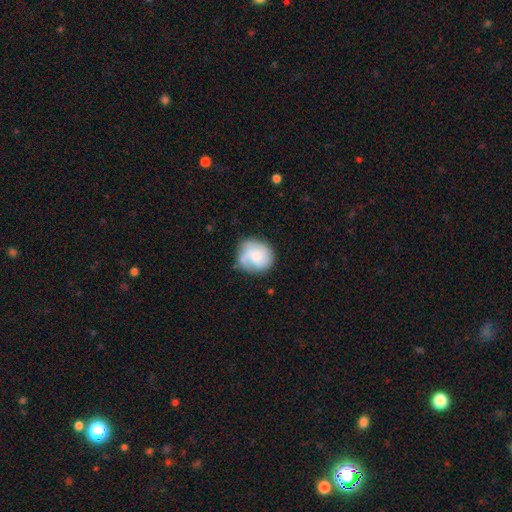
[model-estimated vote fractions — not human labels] This is possibly a smooth galaxy (56%). How rounded: likely round (77%). Merging: possibly none (59%).